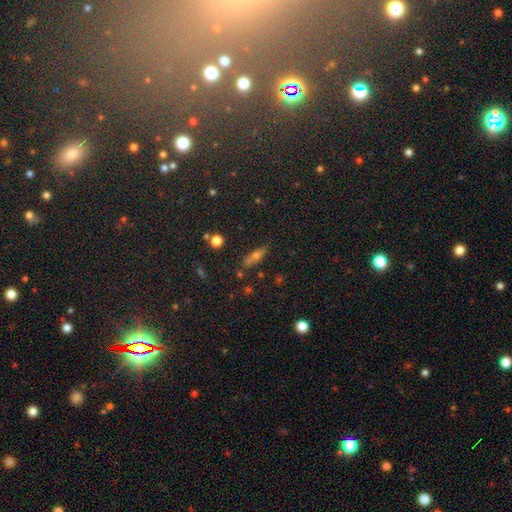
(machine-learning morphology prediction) Q: Smooth or featured?
A: smooth (54%); runner-up: featured or disk (32%)
Q: How rounded?
A: cigar-shaped (54%); runner-up: in between (39%)
Q: Merging?
A: none (74%); runner-up: minor disturbance (15%)